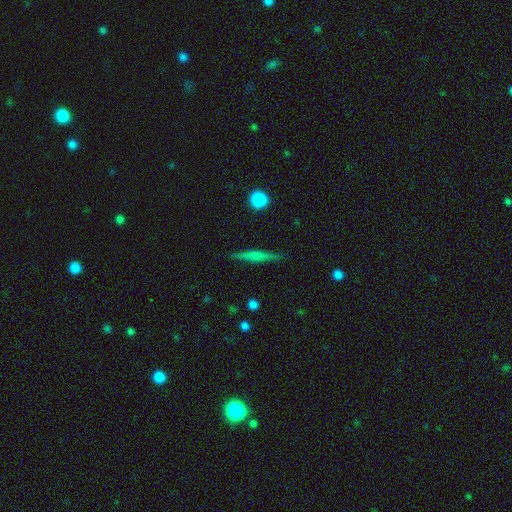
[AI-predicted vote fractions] This is possibly a featured or disk galaxy (54%). It is clearly viewed edge-on (96%). Edge-on bulge: marginally rounded (43%). Merging: clearly none (88%).